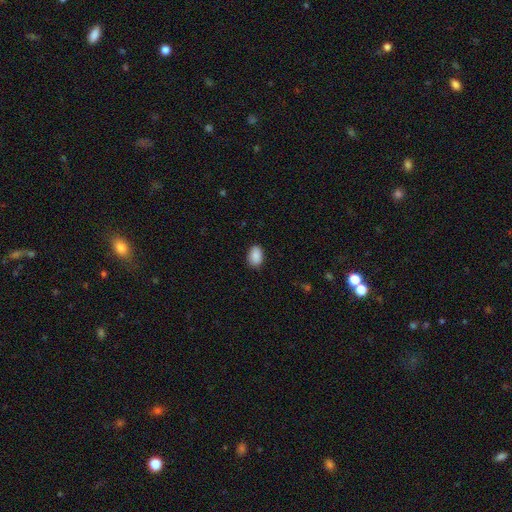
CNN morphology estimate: Smooth or featured? Predicted: smooth (p=0.90). How rounded? Predicted: in between (p=0.86). Merging? Predicted: none (p=0.85).